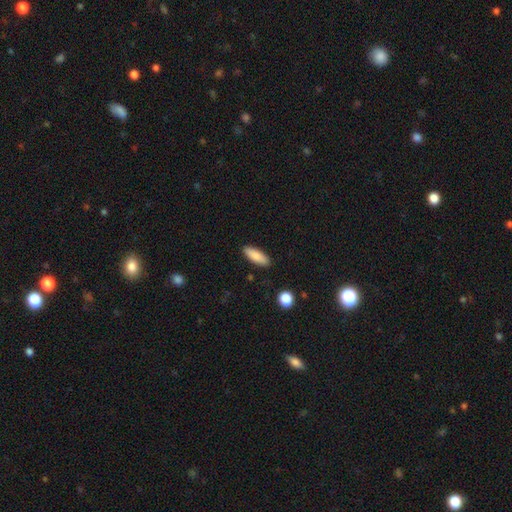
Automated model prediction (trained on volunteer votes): Smooth or featured: smooth — 86% (featured or disk — 8%)
How rounded: in between — 63% (cigar-shaped — 35%)
Merging: none — 88% (minor disturbance — 9%)